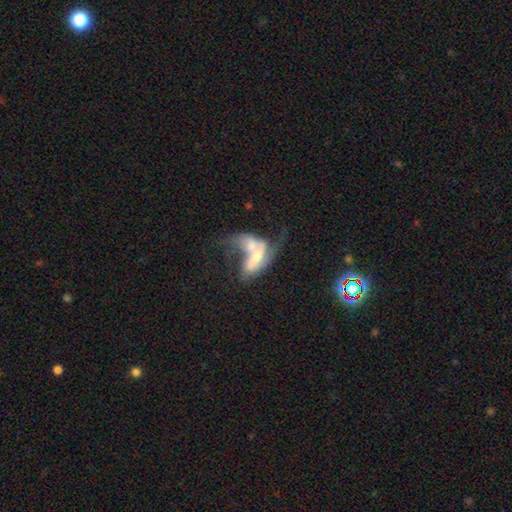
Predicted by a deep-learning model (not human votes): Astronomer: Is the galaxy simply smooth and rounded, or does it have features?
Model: featured or disk — 59%.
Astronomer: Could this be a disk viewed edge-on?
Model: no — 89%.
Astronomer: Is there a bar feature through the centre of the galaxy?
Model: no — 55%.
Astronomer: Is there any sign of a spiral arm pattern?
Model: yes — 62% (runner-up: no, 38%).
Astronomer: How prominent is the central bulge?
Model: moderate — 48% (runner-up: small, 29%).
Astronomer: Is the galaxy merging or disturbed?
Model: merger — 70%.